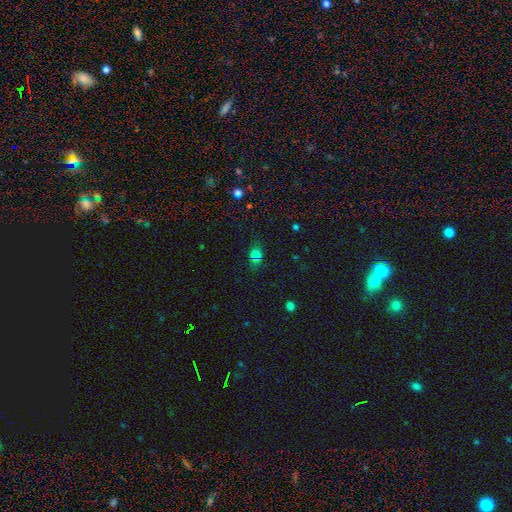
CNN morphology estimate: smooth 69%, star or artifact 21%, featured or disk 10%. Down the decision tree: how rounded — in between (59%); merging — none (74%).